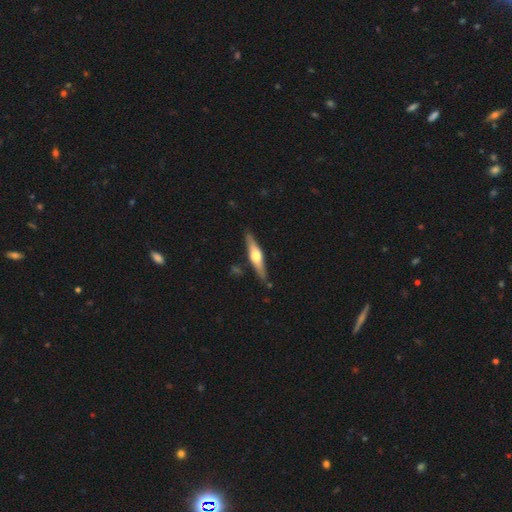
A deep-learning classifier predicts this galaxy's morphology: Smooth or featured? Predicted: featured or disk (p=0.67). Edge-on disk? Predicted: yes (p=0.96). Edge-on bulge? Predicted: rounded (p=0.94). Merging? Predicted: none (p=0.86).